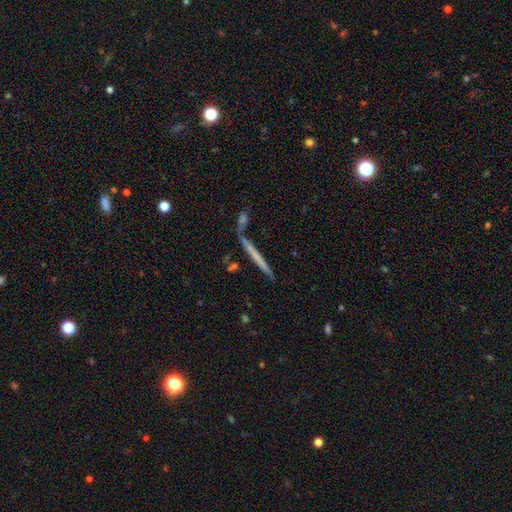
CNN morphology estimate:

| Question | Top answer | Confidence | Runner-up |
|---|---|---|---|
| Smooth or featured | smooth | 46% | tied: featured or disk (46%) |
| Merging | none | 74% | merger (12%) |